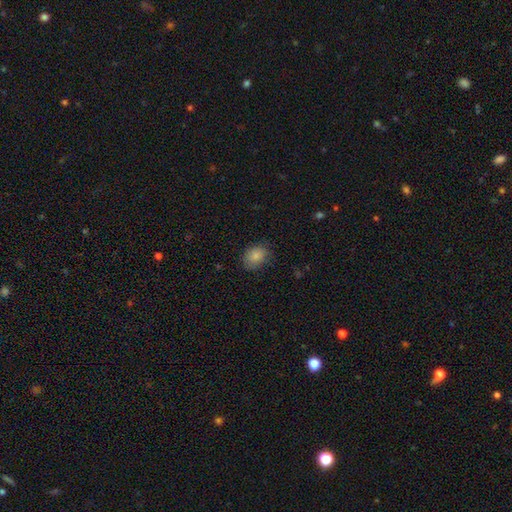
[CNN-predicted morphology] Smooth or featured: smooth — 86% (star or artifact — 8%)
How rounded: in between — 66% (round — 33%)
Merging: none — 76% (minor disturbance — 19%)